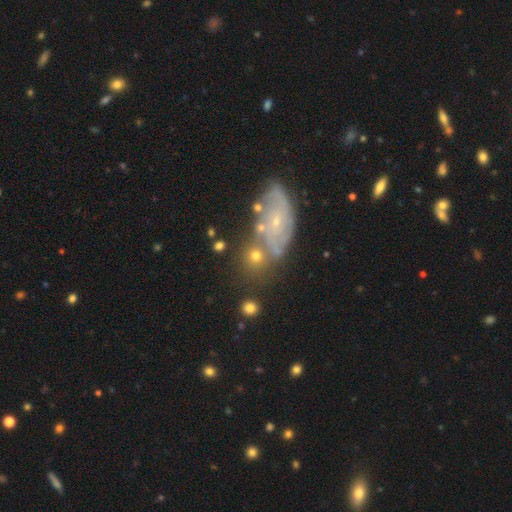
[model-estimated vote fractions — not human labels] Smooth or featured? smooth (63%)
How rounded? round (80%)
Merging? none (64%)